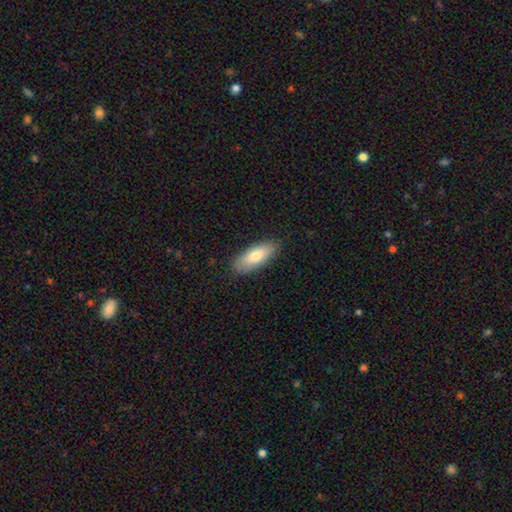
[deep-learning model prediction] Overall: smooth (77%). How rounded: in between (76%). Merging: none (87%).